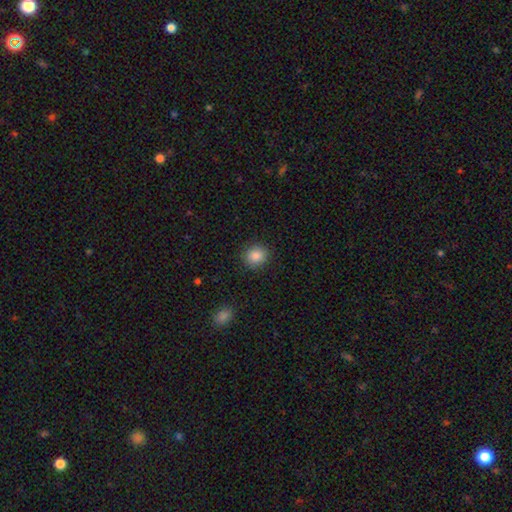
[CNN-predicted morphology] smooth 87%, star or artifact 9%, featured or disk 4%. Down the decision tree: how rounded — round (83%); merging — none (89%).